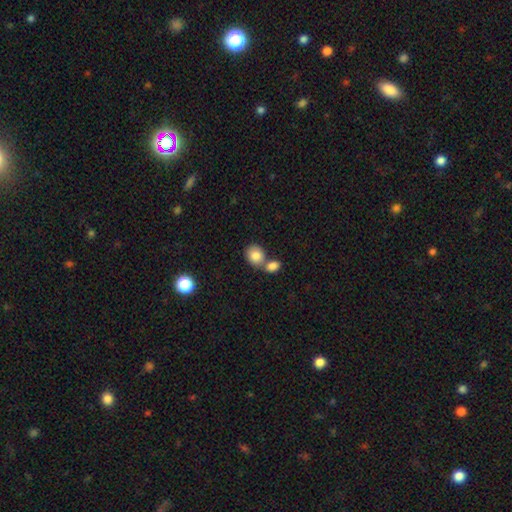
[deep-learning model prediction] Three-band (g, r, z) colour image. It shows a smooth galaxy with no disk features (84%) that is round (62%). Merging: merger (47%).